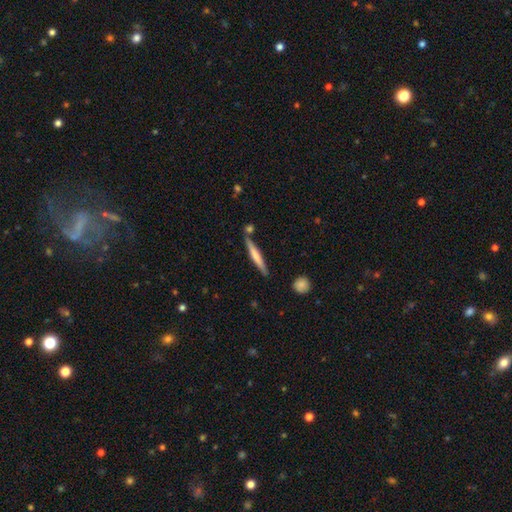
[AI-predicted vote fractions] A smooth galaxy with no disk features (55%) that is cigar-shaped (95%).

Vote fractions:
- Smooth or featured? smooth: 55% / featured or disk: 40% / star or artifact: 5%
- How rounded? cigar-shaped: 95% / in between: 4% / round: 1%
- Merging? none: 82% / minor disturbance: 10% / merger: 6% / major disturbance: 2%